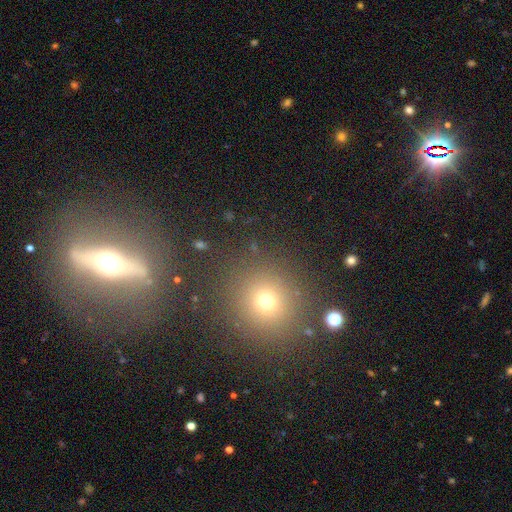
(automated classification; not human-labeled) The model was most divided on "smooth or featured": smooth: 41%, star or artifact: 30%, featured or disk: 29%. More confident: merging — none (83%).